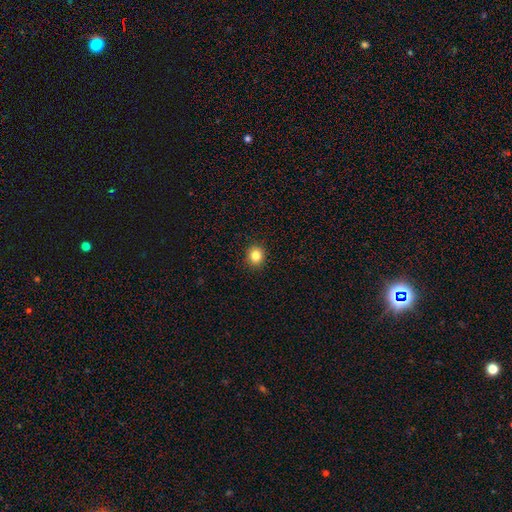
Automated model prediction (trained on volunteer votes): Smooth or featured: smooth — 84% (star or artifact — 11%)
How rounded: round — 85% (in between — 14%)
Merging: none — 92% (minor disturbance — 5%)